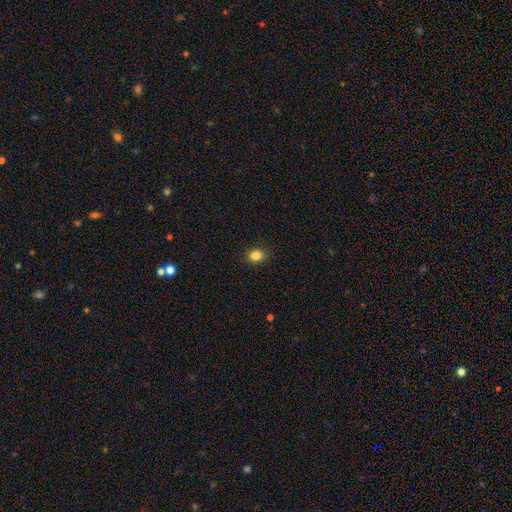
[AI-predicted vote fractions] Smooth or featured? Predicted: smooth (p=0.84). How rounded? Predicted: round (p=0.65). Merging? Predicted: none (p=0.89).